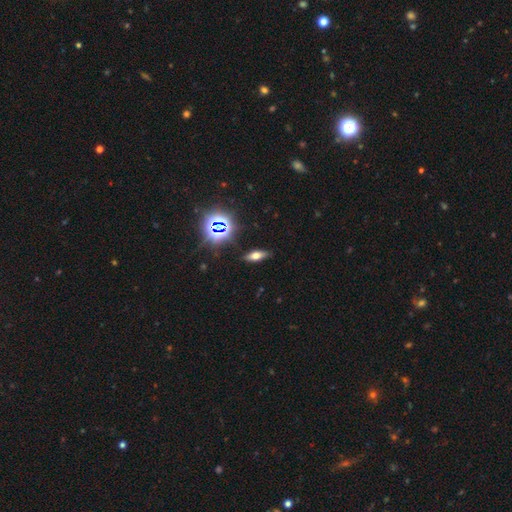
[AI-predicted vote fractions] The model was most divided on "smooth or featured": smooth: 51%, featured or disk: 27%, star or artifact: 23%. More confident: merging — none (87%); how rounded — in between (60%).